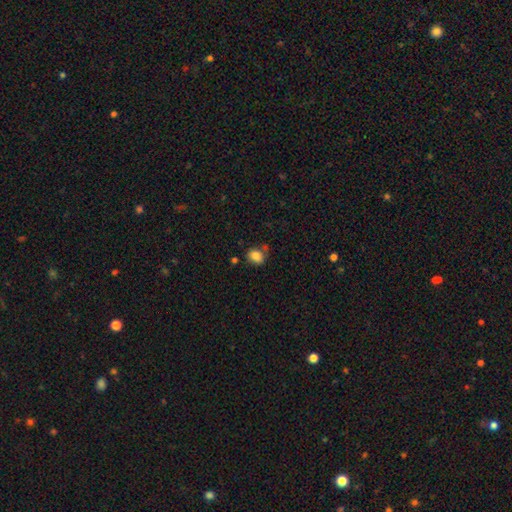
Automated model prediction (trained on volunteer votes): Morphology: type=smooth (83%); roundness=in between (50%); merging=none (66%).